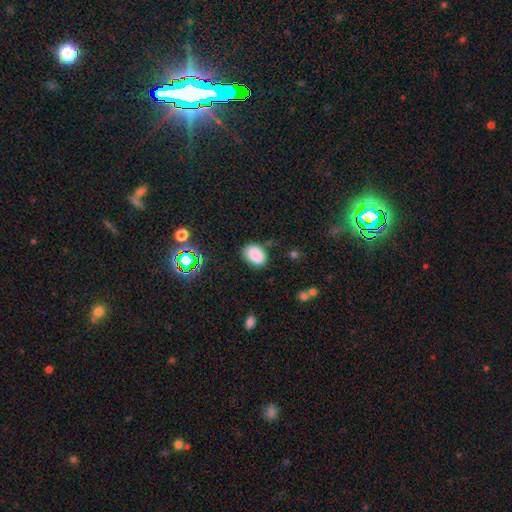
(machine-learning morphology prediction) Overall: smooth (82%). How rounded: in between (72%). Merging: none (71%).